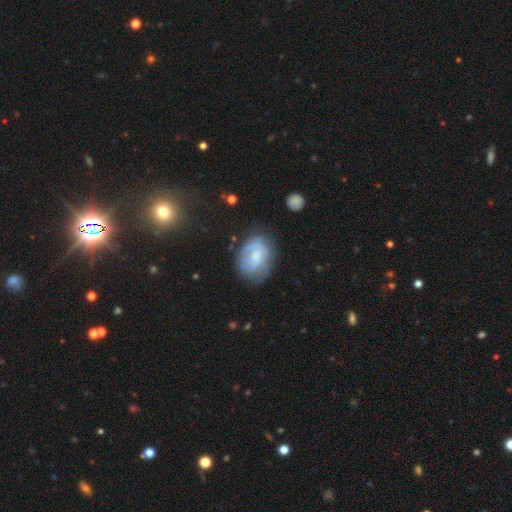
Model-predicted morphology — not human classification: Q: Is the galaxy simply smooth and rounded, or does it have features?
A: smooth — 49%.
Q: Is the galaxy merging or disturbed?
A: none — 62%.